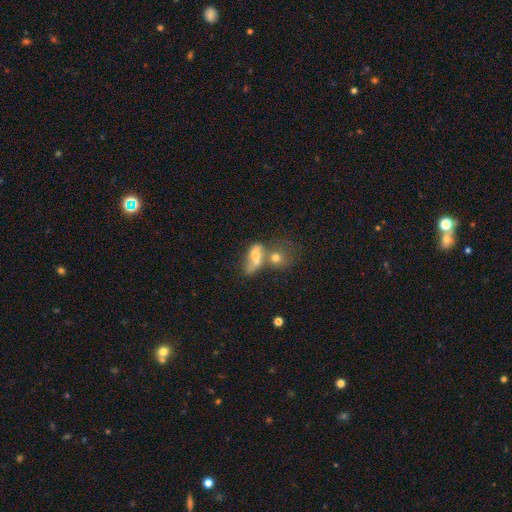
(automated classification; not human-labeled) smooth-or-featured: smooth: 56% | featured or disk: 31% | star or artifact: 12%
  how-rounded: in between: 72% | round: 16% | cigar-shaped: 12%
  merging: merger: 56% | major disturbance: 18% | none: 16% | minor disturbance: 10%